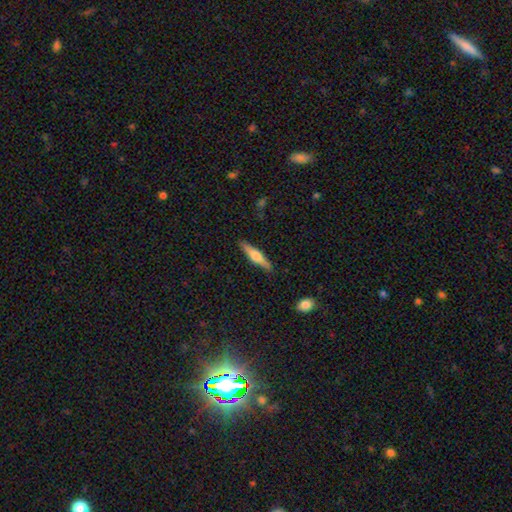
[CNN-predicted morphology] This appears to be a featured or disk galaxy (51%) viewed edge-on (96%). Merging: none (90%).